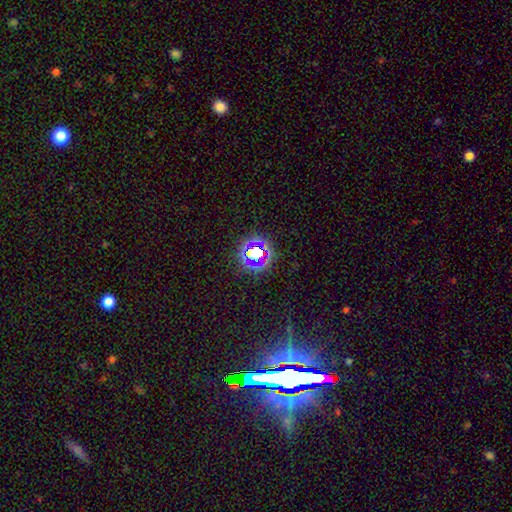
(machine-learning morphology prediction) Smooth or featured?
  - star or artifact: 61% *
  - smooth: 27%
  - featured or disk: 12%